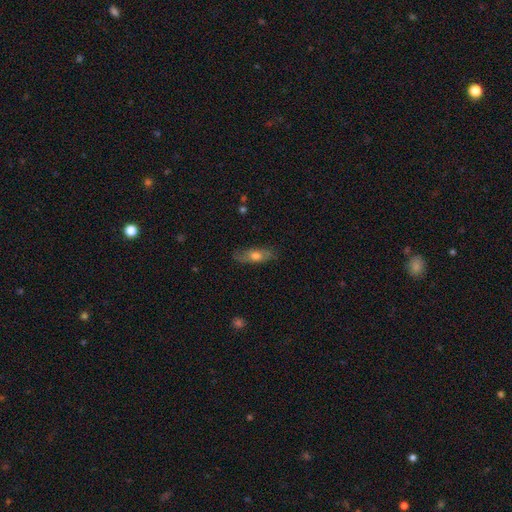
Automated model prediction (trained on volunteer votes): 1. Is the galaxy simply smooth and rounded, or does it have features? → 51% smooth, 41% featured or disk, 8% star or artifact.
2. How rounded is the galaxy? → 64% in between, 32% cigar-shaped, 4% round.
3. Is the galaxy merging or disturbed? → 77% none, 17% minor disturbance, 4% major disturbance, 1% merger.